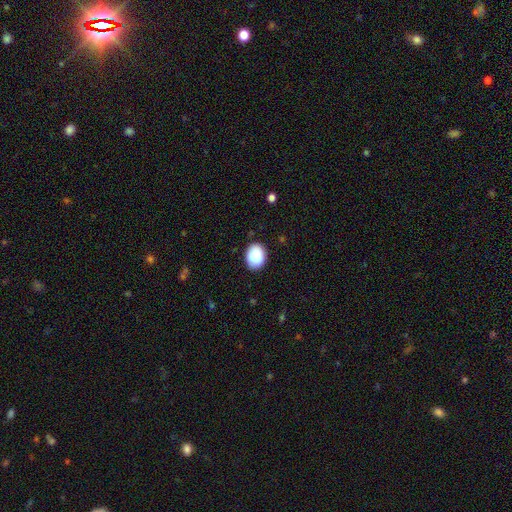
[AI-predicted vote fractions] This is clearly a smooth galaxy (89%). How rounded: possibly in between (57%). Merging: clearly none (86%).